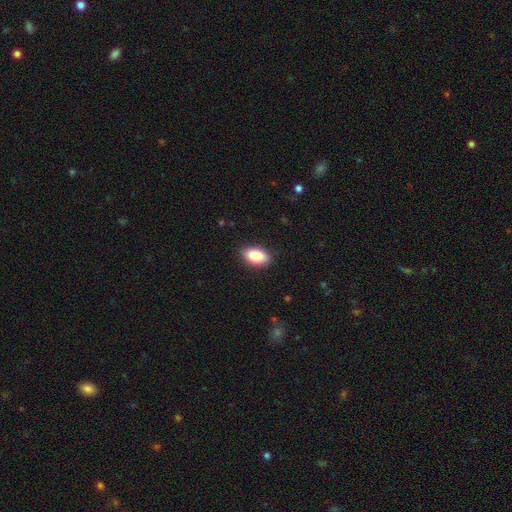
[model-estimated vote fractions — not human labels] smooth_or_featured: smooth (p=0.88) [alt: star or artifact p=0.07]
how_rounded: in between (p=0.93) [alt: round p=0.04]
merging: none (p=0.86) [alt: minor disturbance p=0.10]